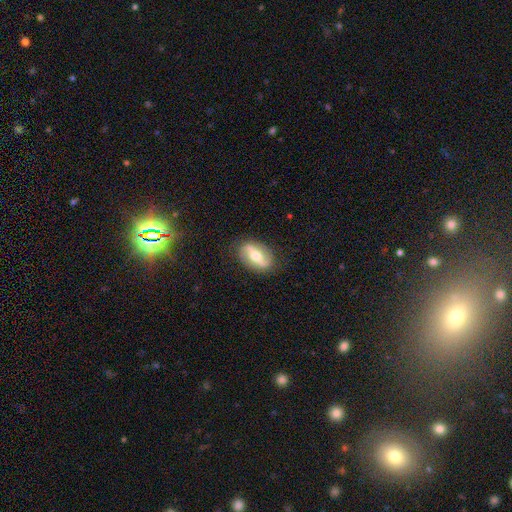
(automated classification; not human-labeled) Smooth or featured? featured or disk (68%)
Edge-on disk? no (88%)
Bar? strong (48%)
Spiral arms? yes (76%)
Bulge size? moderate (67%)
Merging? none (84%)